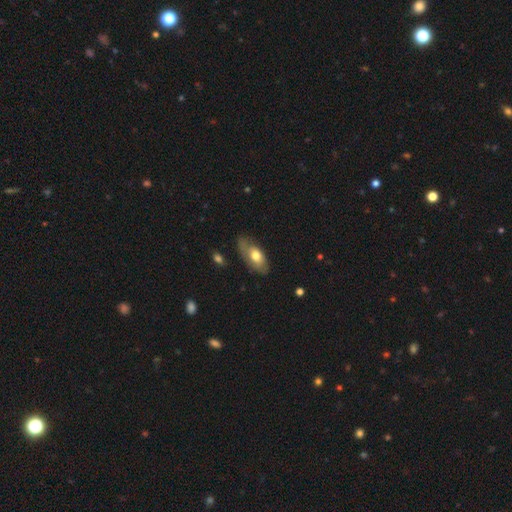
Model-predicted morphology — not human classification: Overall: smooth (64%; featured or disk 30%). How rounded: in between (88%). Merging: none (63%; minor disturbance 28%).